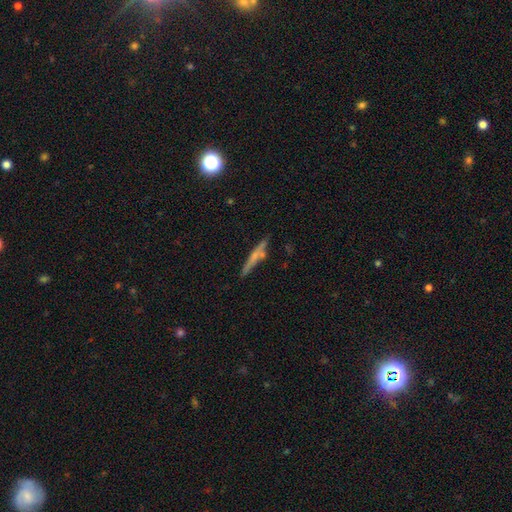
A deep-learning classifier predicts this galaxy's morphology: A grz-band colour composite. It shows a smooth galaxy with no disk features (51%) that is cigar-shaped (93%). Merging: none (75%).